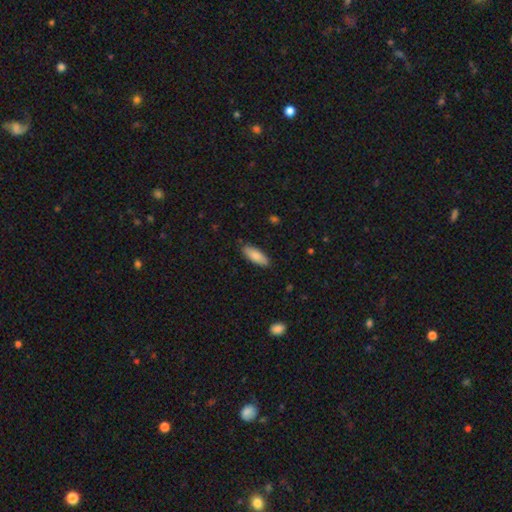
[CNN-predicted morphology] smooth_or_featured: smooth (p=0.84) [alt: featured or disk p=0.10]
how_rounded: in between (p=0.66) [alt: cigar-shaped p=0.32]
merging: none (p=0.87) [alt: minor disturbance p=0.10]